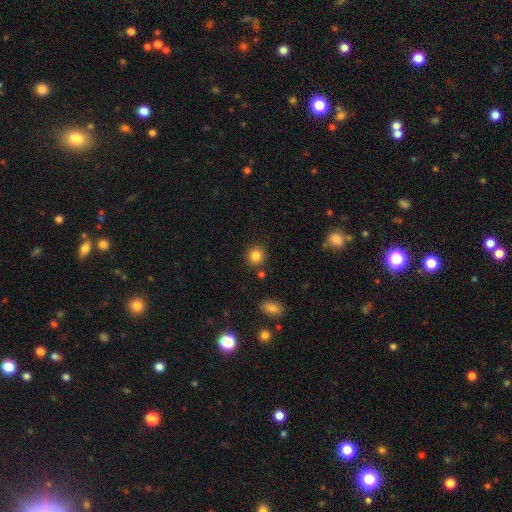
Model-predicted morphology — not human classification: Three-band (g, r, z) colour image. It shows a smooth galaxy with no disk features (85%) that is round (90%). Merging: none (86%).